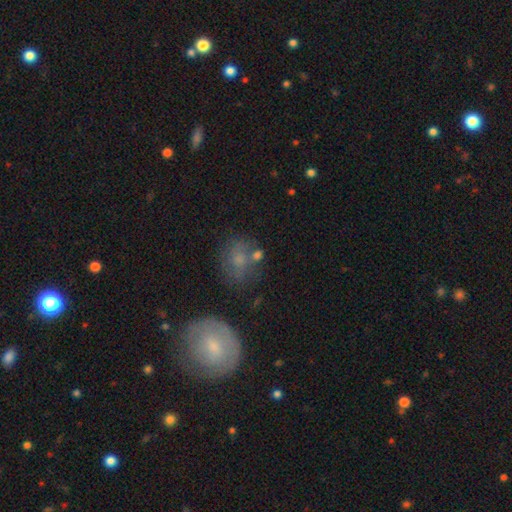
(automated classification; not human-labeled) smooth_or_featured: smooth (p=0.57) [alt: featured or disk p=0.28]
how_rounded: round (p=0.55) [alt: in between p=0.43]
merging: none (p=0.53) [alt: minor disturbance p=0.21]